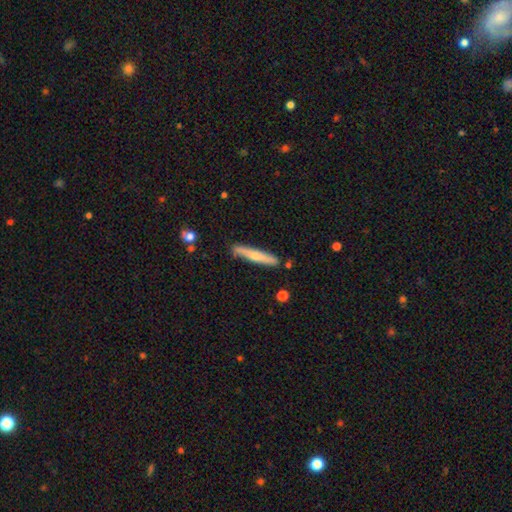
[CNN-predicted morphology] The model was most divided on "smooth or featured": smooth: 57%, featured or disk: 38%, star or artifact: 5%. More confident: how rounded — cigar-shaped (94%); merging — none (86%).